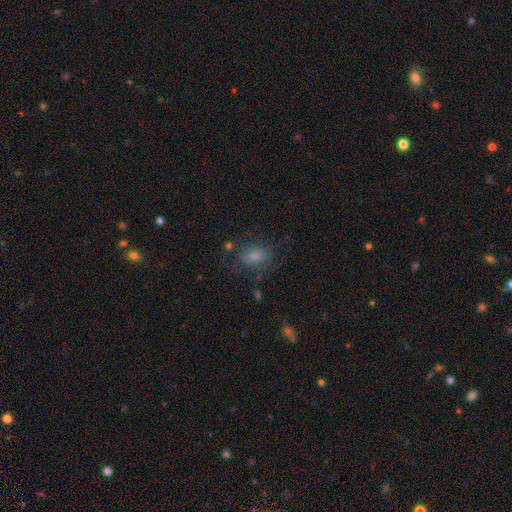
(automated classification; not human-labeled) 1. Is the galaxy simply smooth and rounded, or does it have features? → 59% smooth, 22% star or artifact, 19% featured or disk.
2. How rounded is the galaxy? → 68% in between, 30% round, 2% cigar-shaped.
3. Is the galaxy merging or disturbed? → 68% none, 18% minor disturbance, 11% major disturbance, 4% merger.